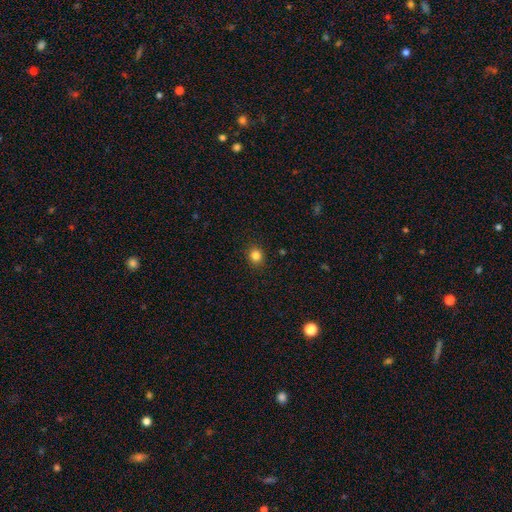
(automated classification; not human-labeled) The model was most divided on "how rounded": round: 82%, in between: 17%, cigar-shaped: 1%. More confident: merging — none (91%); smooth or featured — smooth (83%).